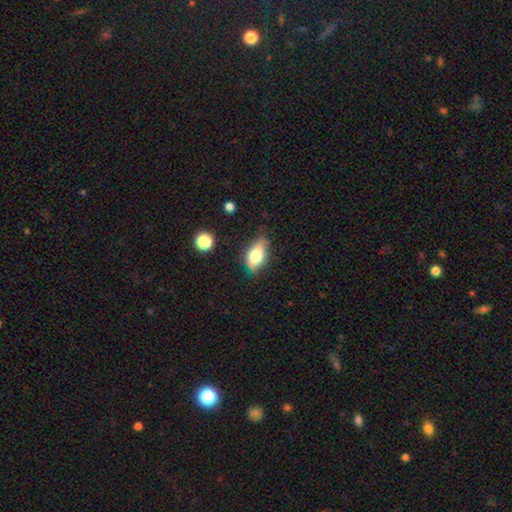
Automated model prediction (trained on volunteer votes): This is likely a smooth galaxy (68%). How rounded: clearly in between (84%). Merging: likely none (70%).